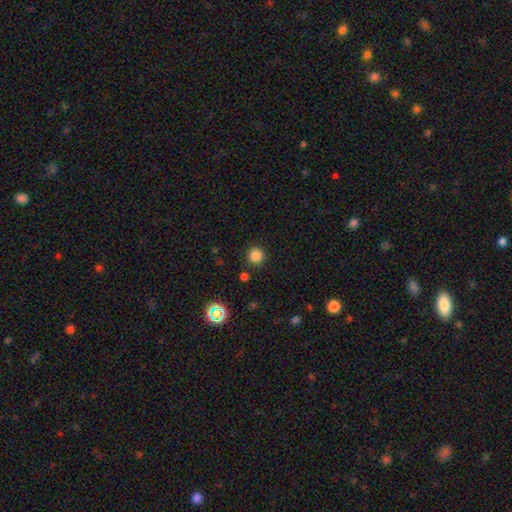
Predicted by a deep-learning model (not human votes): smooth 82%, star or artifact 14%, featured or disk 3%. Down the decision tree: how rounded — round (95%); merging — none (88%).